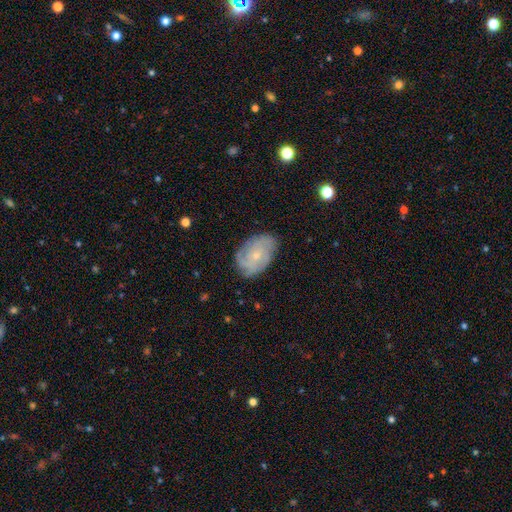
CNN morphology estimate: smooth-or-featured: featured or disk: 73% | smooth: 19% | star or artifact: 7%
  disk-edge-on: no: 97% | yes: 3%
    bar: no: 80% | weak: 18% | strong: 3%
    has-spiral-arms: yes: 93% | no: 7%
      spiral-winding: tight: 60% | medium: 31% | loose: 9%
      spiral-arm-count: can't tell: 34% | 3: 22% | 4: 19% | 2: 12% | more than 4: 7% | 1: 6%
    bulge-size: small: 72% | moderate: 24% | none: 2% | large: 1% | dominant: 1%
  merging: none: 78% | minor disturbance: 17% | major disturbance: 4% | merger: 1%